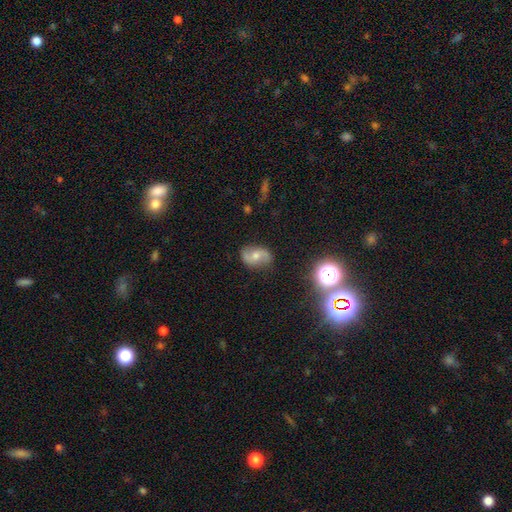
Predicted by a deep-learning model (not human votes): featured or disk 67%, smooth 22%, star or artifact 10%. Down the decision tree: edge-on disk — no (96%); bar — no (54%); spiral arms — yes (90%); spiral arm count — 2 (91%); spiral winding — loose (63%); bulge size — moderate (58%); merging — none (79%).